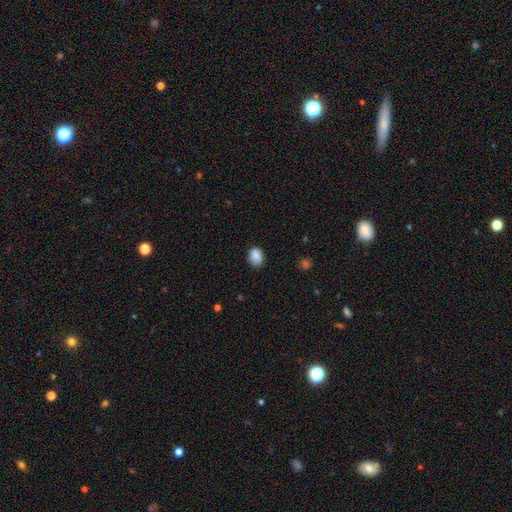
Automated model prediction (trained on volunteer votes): smooth 88%, star or artifact 8%, featured or disk 4%. Down the decision tree: how rounded — in between (63%); merging — none (79%).